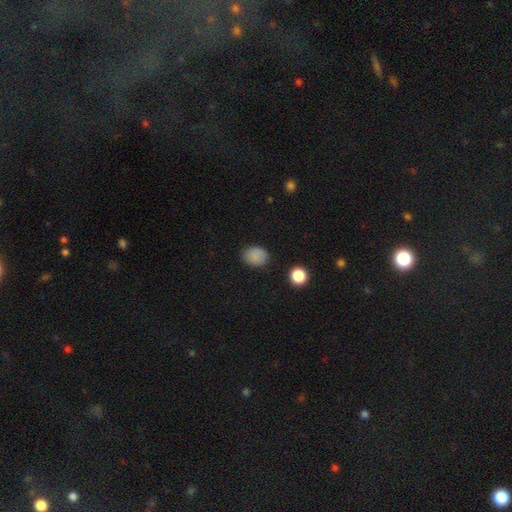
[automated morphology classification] type=smooth (85%); roundness=in between (57%); merging=none (82%).